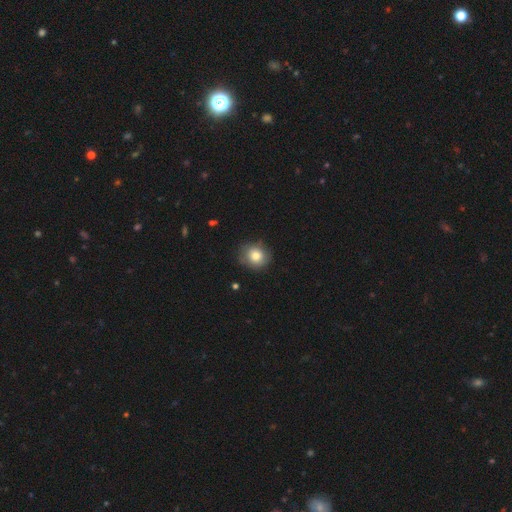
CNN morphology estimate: smooth_or_featured: smooth (p=0.78) [alt: featured or disk p=0.12]
how_rounded: round (p=0.83) [alt: in between p=0.16]
merging: none (p=0.78) [alt: minor disturbance p=0.17]